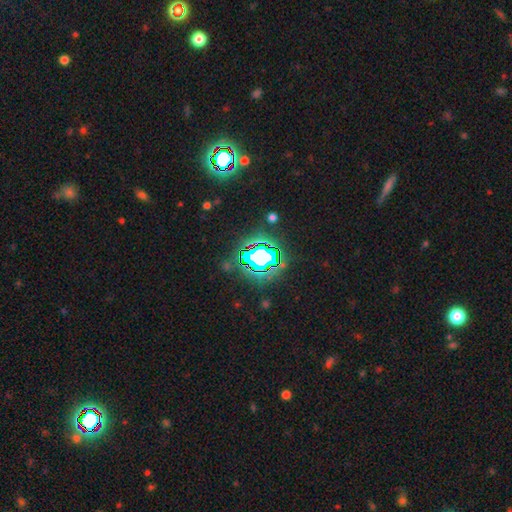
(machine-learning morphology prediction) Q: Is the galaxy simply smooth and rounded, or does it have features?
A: star or artifact — 68%.